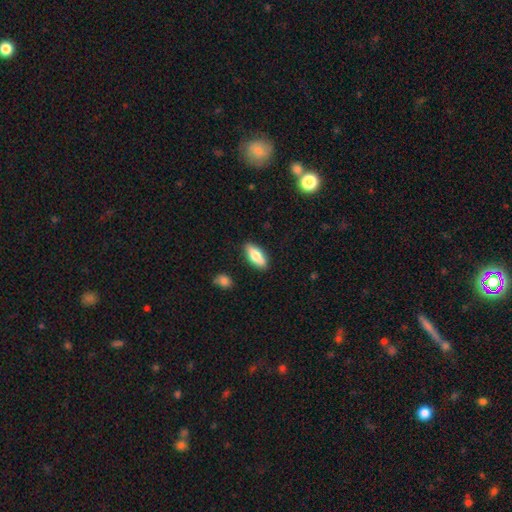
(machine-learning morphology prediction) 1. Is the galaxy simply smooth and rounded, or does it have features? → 72% smooth, 22% featured or disk, 6% star or artifact.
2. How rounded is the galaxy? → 74% in between, 23% cigar-shaped, 3% round.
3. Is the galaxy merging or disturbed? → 86% none, 10% minor disturbance, 2% major disturbance, 2% merger.